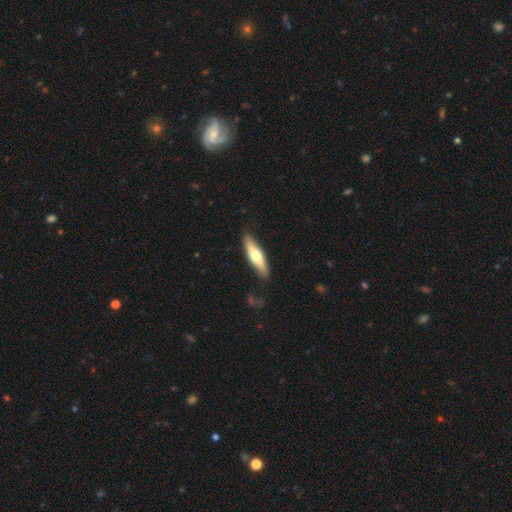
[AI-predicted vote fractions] This appears to be a smooth galaxy with no disk features (55%) that is cigar-shaped (70%). Merging: none (86%).